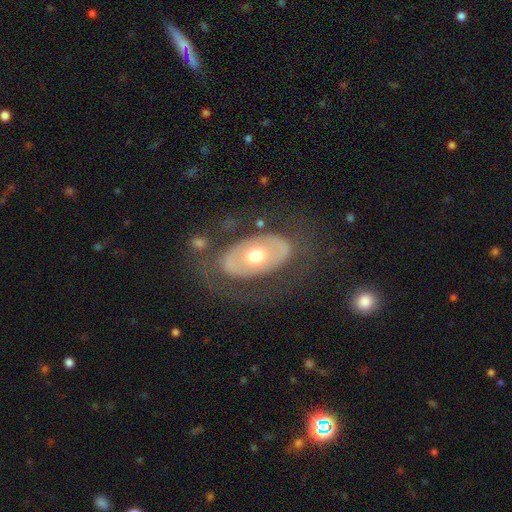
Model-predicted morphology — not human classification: The model was most divided on "smooth or featured": featured or disk: 57%, smooth: 37%, star or artifact: 6%. More confident: edge-on disk — no (90%); bar — no (86%); spiral arms — no (80%); bulge size — moderate (71%); merging — none (69%).